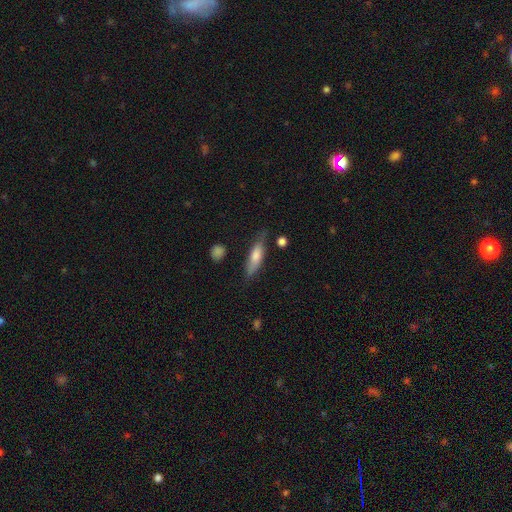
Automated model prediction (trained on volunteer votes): smooth_or_featured: smooth (p=0.57) [alt: featured or disk p=0.36]
how_rounded: cigar-shaped (p=0.66) [alt: in between p=0.32]
merging: none (p=0.74) [alt: minor disturbance p=0.19]